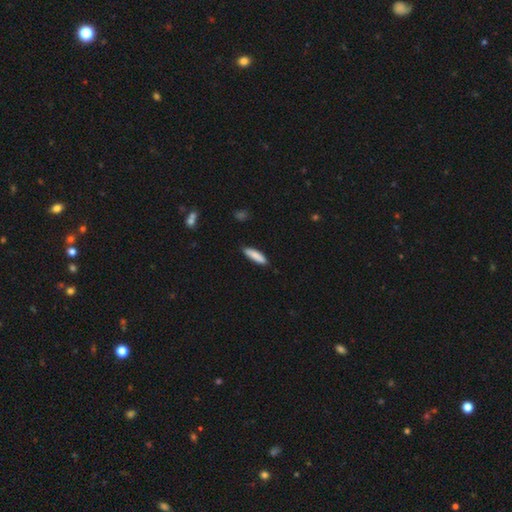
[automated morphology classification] smooth_or_featured: smooth (p=0.86) [alt: featured or disk p=0.08]
how_rounded: cigar-shaped (p=0.68) [alt: in between p=0.31]
merging: none (p=0.85) [alt: minor disturbance p=0.12]